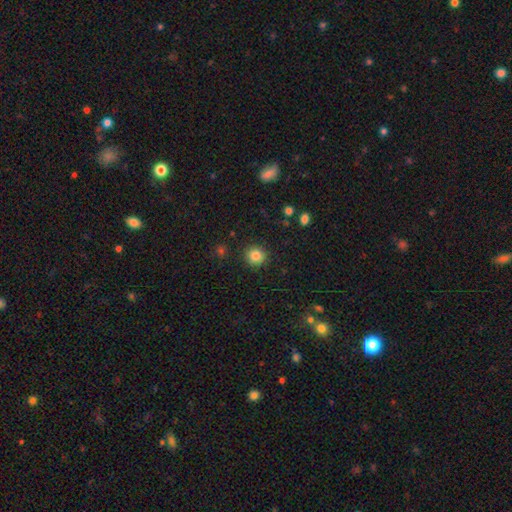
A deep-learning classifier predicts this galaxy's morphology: Smooth or featured? smooth (84%)
How rounded? round (92%)
Merging? none (91%)